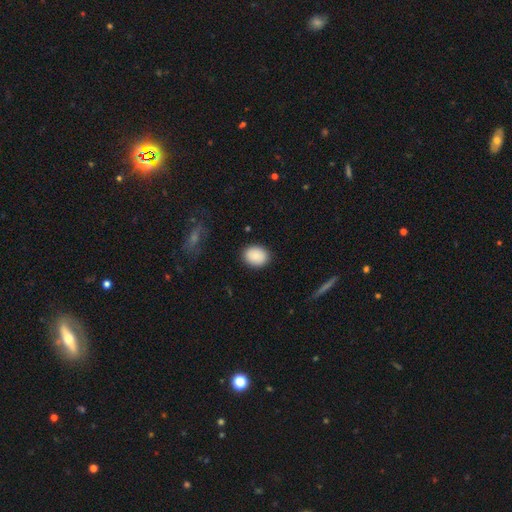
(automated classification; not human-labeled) smooth_or_featured: smooth (p=0.88) [alt: star or artifact p=0.07]
how_rounded: in between (p=0.62) [alt: round p=0.37]
merging: none (p=0.88) [alt: minor disturbance p=0.09]